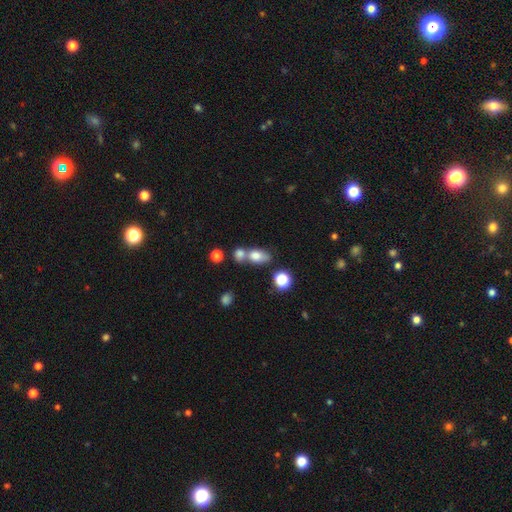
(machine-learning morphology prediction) Smooth or featured? Predicted: smooth (p=0.76). How rounded? Predicted: in between (p=0.75). Merging? Predicted: merger (p=0.44).